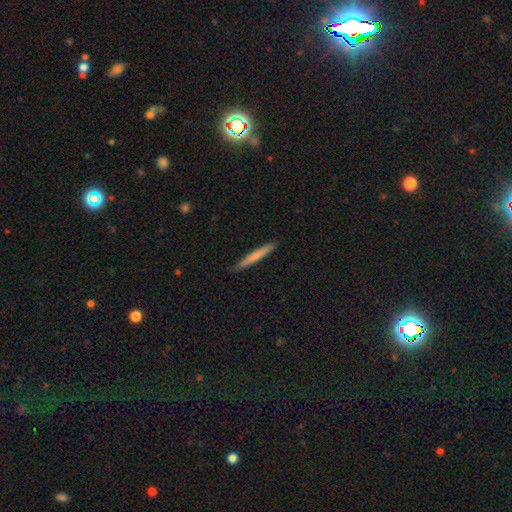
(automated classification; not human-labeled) Smooth or featured: smooth — 69% (featured or disk — 26%)
How rounded: cigar-shaped — 96% (in between — 2%)
Merging: none — 88% (minor disturbance — 9%)